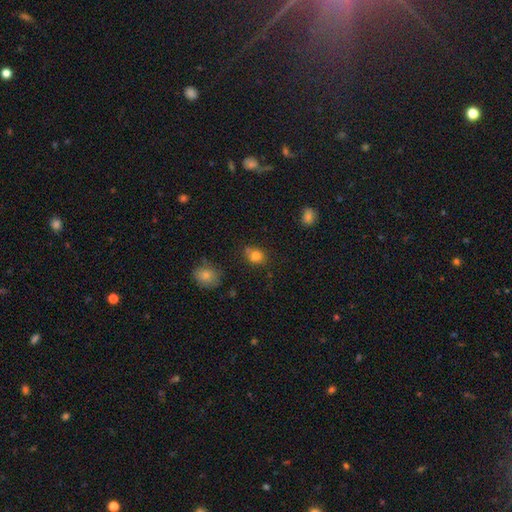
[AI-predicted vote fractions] The model was most divided on "how rounded": round: 63%, in between: 36%, cigar-shaped: 1%. More confident: smooth or featured — smooth (78%); merging — none (61%).